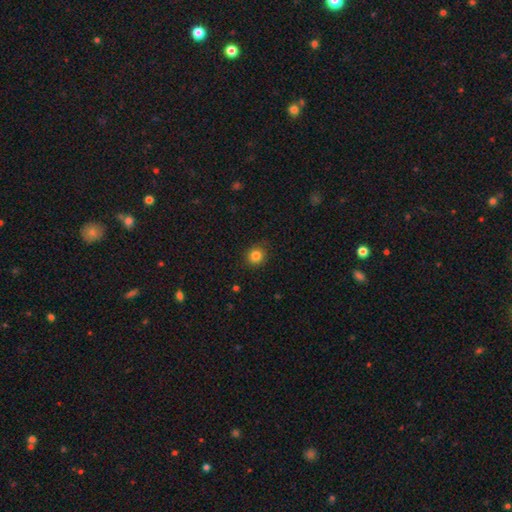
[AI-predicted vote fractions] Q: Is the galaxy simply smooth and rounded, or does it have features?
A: smooth — 84%.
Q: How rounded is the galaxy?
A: round — 87%.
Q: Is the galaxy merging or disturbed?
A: none — 87%.